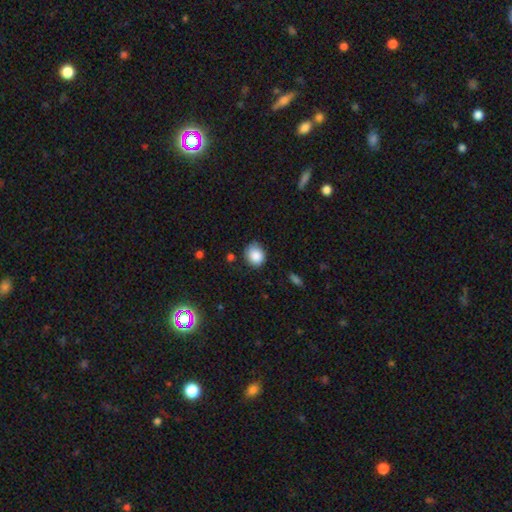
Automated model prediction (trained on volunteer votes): smooth-or-featured: smooth: 86% | star or artifact: 8% | featured or disk: 5%
  how-rounded: round: 67% | in between: 32% | cigar-shaped: 1%
  merging: none: 71% | minor disturbance: 23% | major disturbance: 4% | merger: 2%